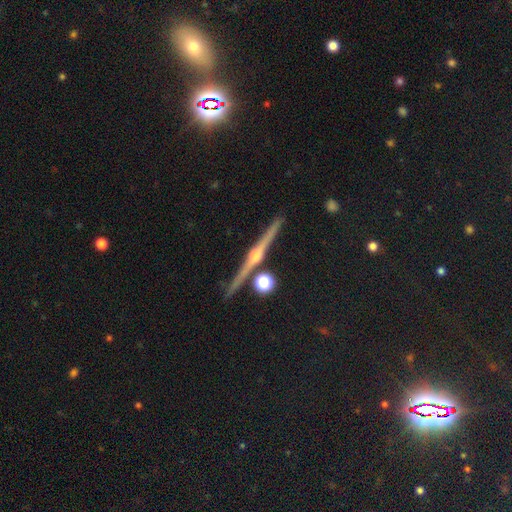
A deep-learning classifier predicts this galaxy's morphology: Smooth or featured? Predicted: featured or disk (p=0.84). Edge-on disk? Predicted: yes (p=0.98). Edge-on bulge? Predicted: rounded (p=0.93). Merging? Predicted: none (p=0.89).